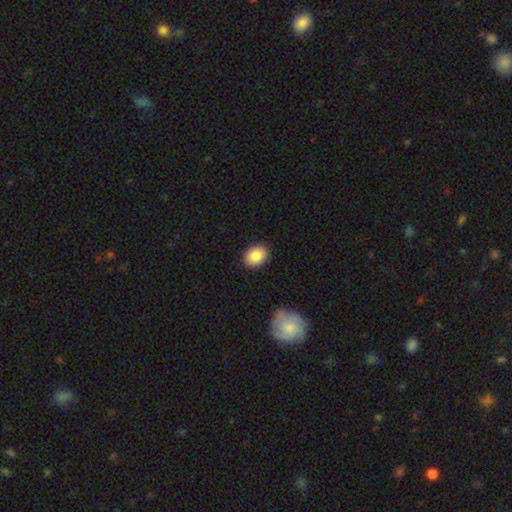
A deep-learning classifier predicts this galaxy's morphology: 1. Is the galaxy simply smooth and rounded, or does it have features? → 86% smooth, 8% star or artifact, 7% featured or disk.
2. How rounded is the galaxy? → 61% in between, 38% round, 1% cigar-shaped.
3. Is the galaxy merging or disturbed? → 89% none, 8% minor disturbance, 2% major disturbance, 1% merger.